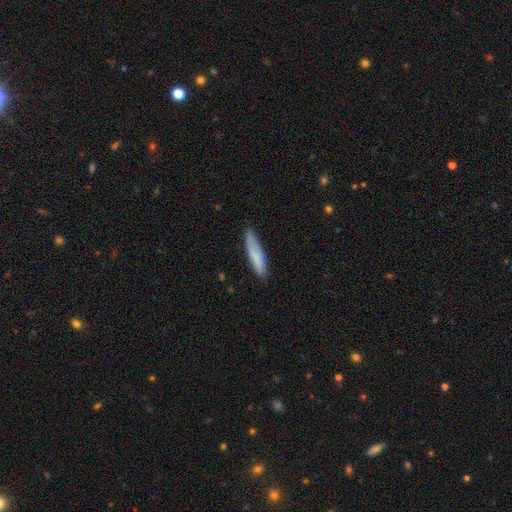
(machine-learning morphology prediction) Overall: smooth (81%). How rounded: cigar-shaped (84%). Merging: none (82%).